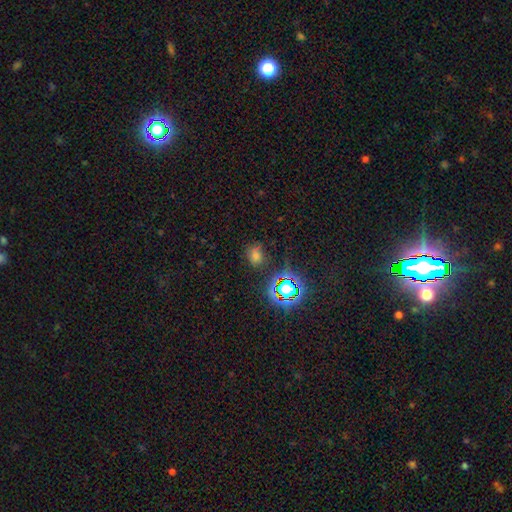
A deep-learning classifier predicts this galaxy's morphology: Smooth or featured: smooth — 54% (star or artifact — 39%)
How rounded: round — 53% (in between — 45%)
Merging: none — 79% (minor disturbance — 13%)